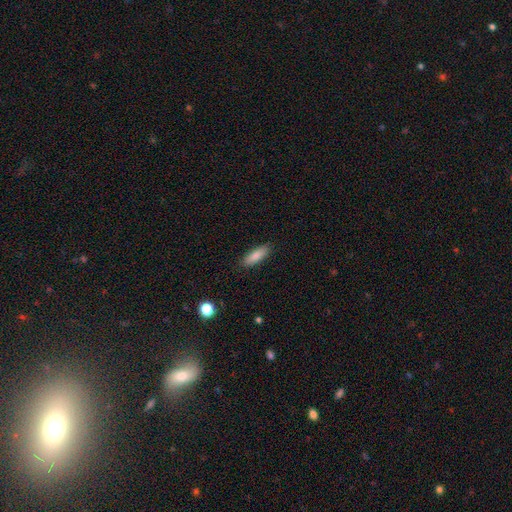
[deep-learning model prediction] Smooth or featured: smooth — 85% (featured or disk — 8%)
How rounded: in between — 52% (cigar-shaped — 46%)
Merging: none — 88% (minor disturbance — 9%)